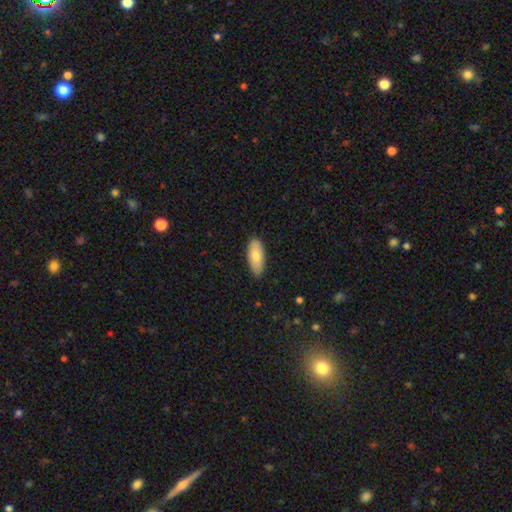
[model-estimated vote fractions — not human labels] This appears to be a smooth galaxy with no disk features (77%) that is in between round and cigar-shaped (84%). Merging: none (86%).